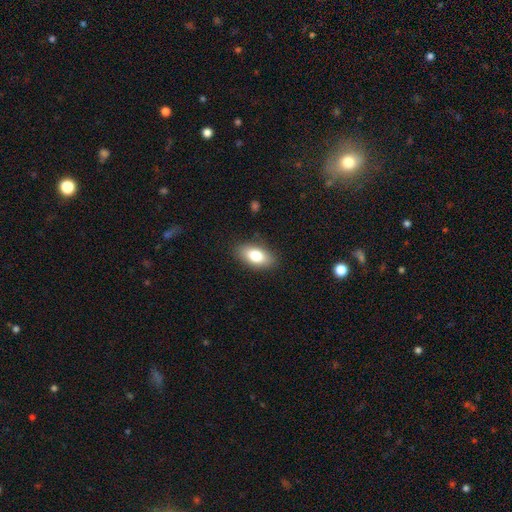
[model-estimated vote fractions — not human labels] Smooth or featured?
  - smooth: 78% *
  - featured or disk: 15%
  - star or artifact: 8%
How rounded?
  - in between: 89% *
  - round: 5%
  - cigar-shaped: 5%
Merging?
  - none: 86% *
  - minor disturbance: 10%
  - major disturbance: 3%
  - merger: 1%